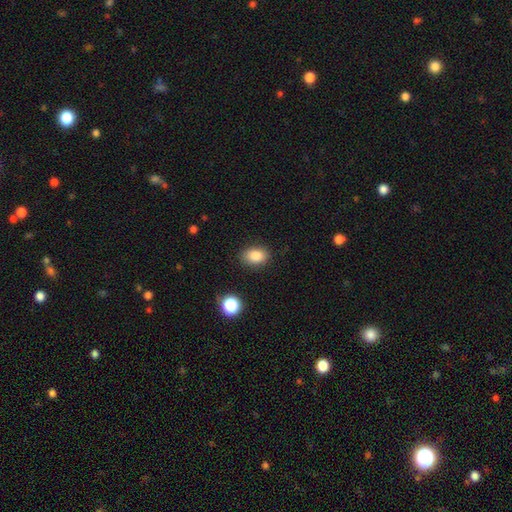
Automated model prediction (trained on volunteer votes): smooth-or-featured: smooth: 85% | star or artifact: 10% | featured or disk: 6%
  how-rounded: in between: 78% | round: 21% | cigar-shaped: 1%
  merging: none: 86% | minor disturbance: 10% | major disturbance: 3% | merger: 2%